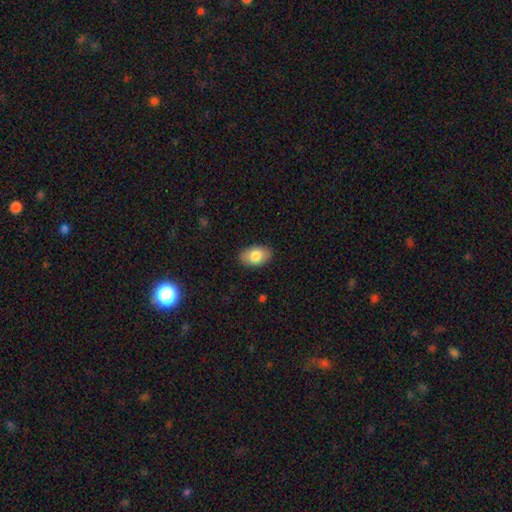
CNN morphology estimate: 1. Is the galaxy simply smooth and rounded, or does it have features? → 82% smooth, 12% featured or disk, 7% star or artifact.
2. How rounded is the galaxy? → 90% in between, 9% round, 1% cigar-shaped.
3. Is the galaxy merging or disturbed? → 87% none, 10% minor disturbance, 2% major disturbance, 1% merger.